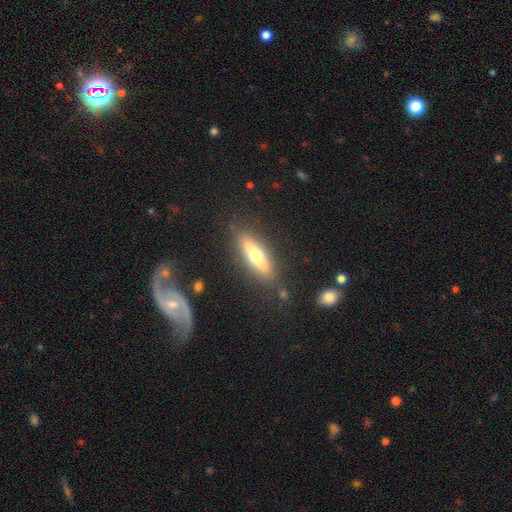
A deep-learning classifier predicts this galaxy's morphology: type=smooth (47%); merging=none (85%).